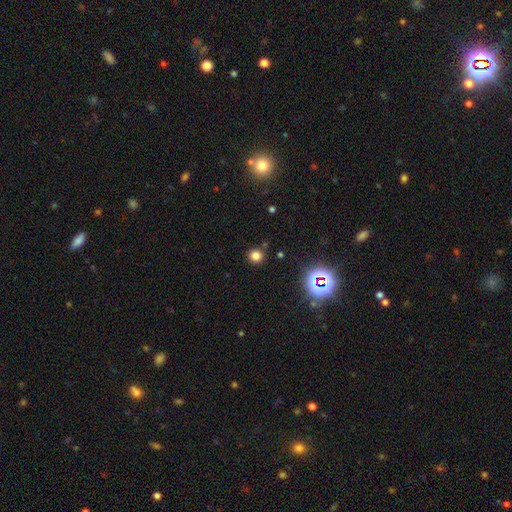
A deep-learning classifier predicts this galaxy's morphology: Smooth or featured?
  - smooth: 75% *
  - star or artifact: 19%
  - featured or disk: 5%
How rounded?
  - round: 89% *
  - in between: 10%
  - cigar-shaped: 1%
Merging?
  - none: 85% *
  - minor disturbance: 8%
  - merger: 4%
  - major disturbance: 3%